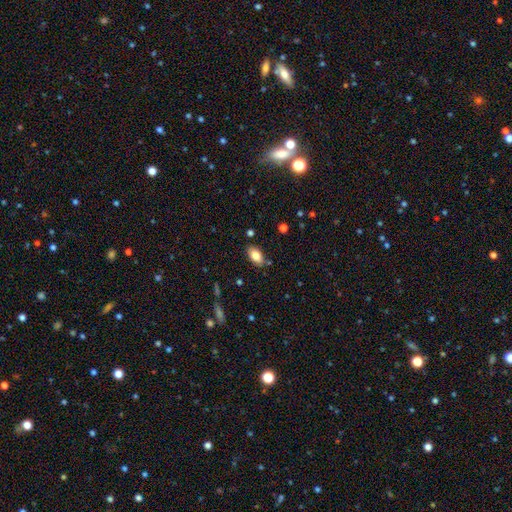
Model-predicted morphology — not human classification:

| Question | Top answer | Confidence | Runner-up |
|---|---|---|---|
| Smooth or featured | smooth | 82% | featured or disk (10%) |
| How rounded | in between | 92% | round (5%) |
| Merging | none | 83% | minor disturbance (12%) |